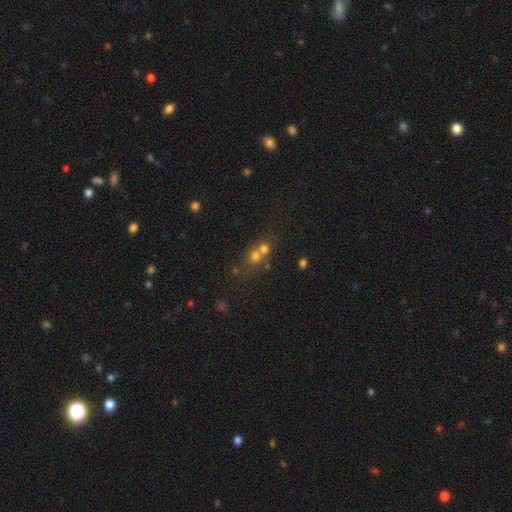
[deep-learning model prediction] Smooth or featured? smooth (66%)
How rounded? round (80%)
Merging? merger (58%)